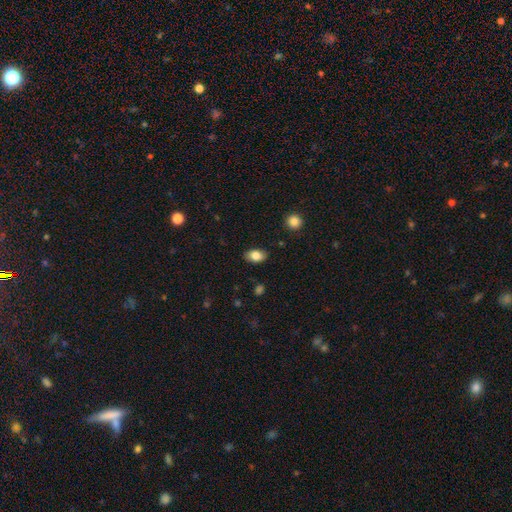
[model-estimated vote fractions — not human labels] smooth-or-featured: smooth: 84% | featured or disk: 9% | star or artifact: 8%
  how-rounded: in between: 88% | round: 10% | cigar-shaped: 2%
  merging: none: 86% | minor disturbance: 10% | major disturbance: 2% | merger: 1%